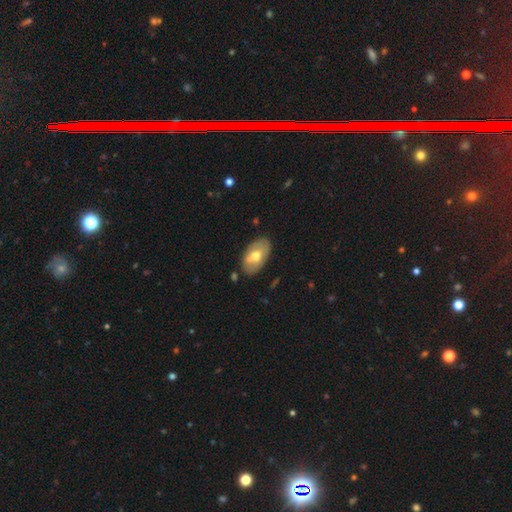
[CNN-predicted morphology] The model was most divided on "smooth or featured": smooth: 57%, featured or disk: 37%, star or artifact: 6%. More confident: how rounded — in between (93%); merging — none (76%).